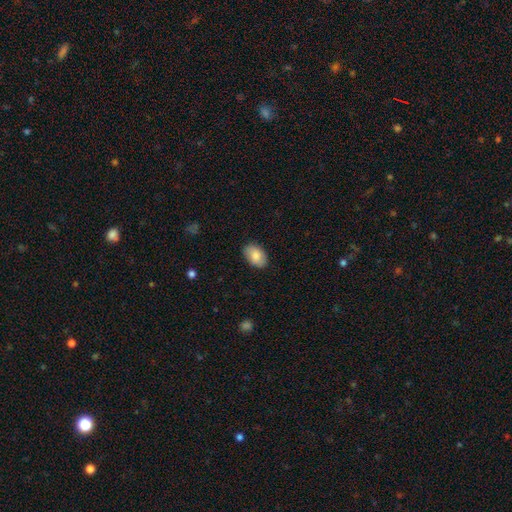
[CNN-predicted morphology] Overall: smooth (85%). How rounded: in between (91%). Merging: none (86%).